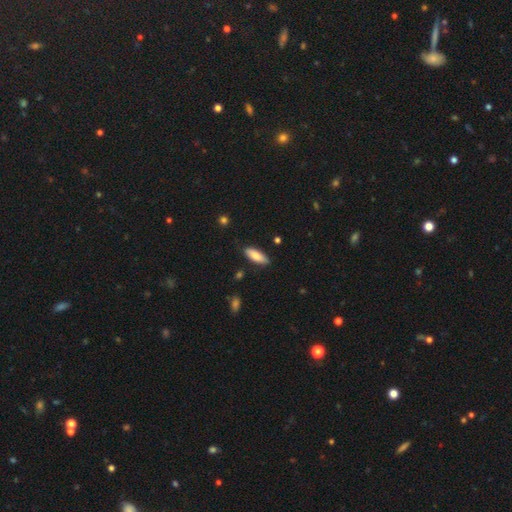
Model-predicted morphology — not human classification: smooth-or-featured: smooth: 82% | featured or disk: 12% | star or artifact: 6%
  how-rounded: in between: 66% | cigar-shaped: 32% | round: 2%
  merging: none: 84% | minor disturbance: 12% | major disturbance: 2% | merger: 2%